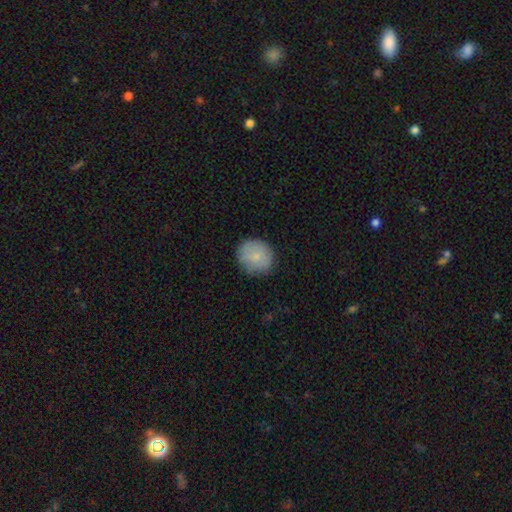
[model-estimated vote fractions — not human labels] This is clearly a smooth galaxy (81%). How rounded: clearly round (88%). Merging: clearly none (84%).